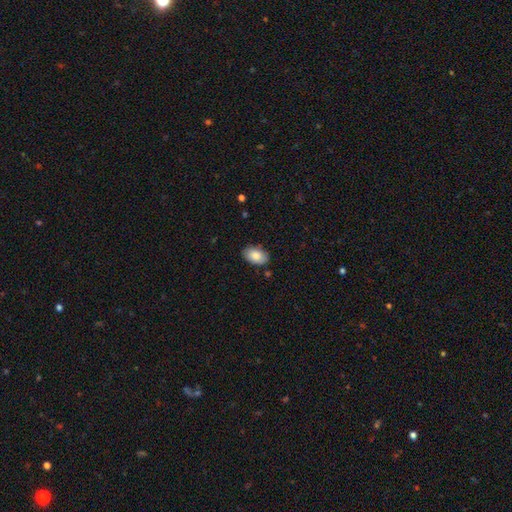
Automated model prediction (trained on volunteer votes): Smooth or featured? smooth (84%)
How rounded? in between (91%)
Merging? none (84%)